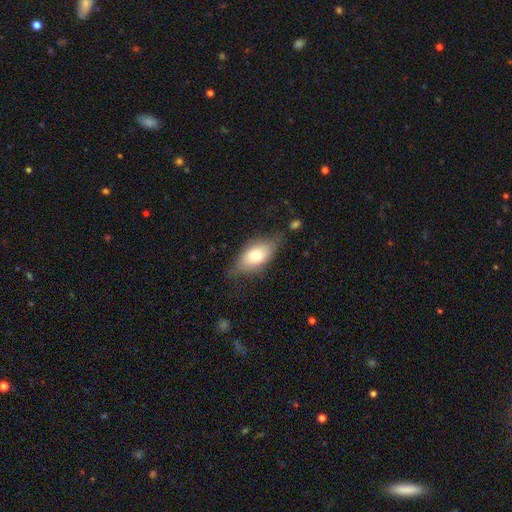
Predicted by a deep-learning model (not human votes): smooth 71%, featured or disk 21%, star or artifact 7%. Down the decision tree: how rounded — in between (89%); merging — none (65%).